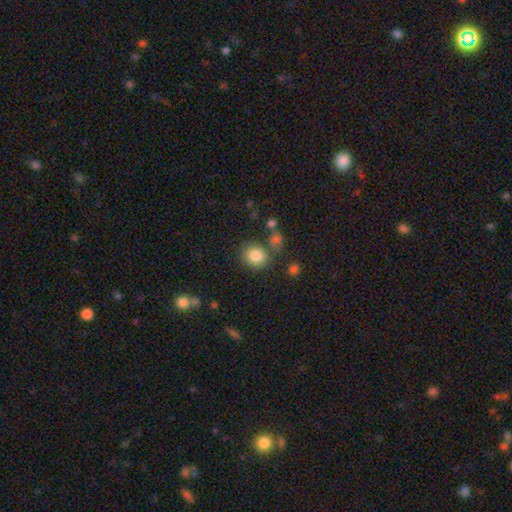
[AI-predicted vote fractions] A smooth galaxy with no disk features (84%) that is round (76%).

Vote fractions:
- Smooth or featured? smooth: 84% / star or artifact: 10% / featured or disk: 6%
- How rounded? round: 76% / in between: 23% / cigar-shaped: 1%
- Merging? none: 74% / minor disturbance: 12% / merger: 9% / major disturbance: 5%